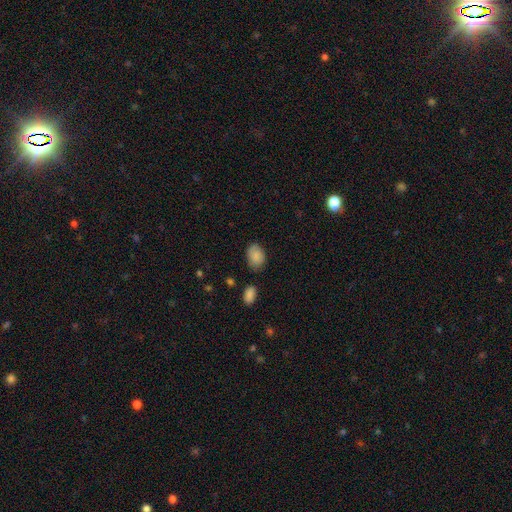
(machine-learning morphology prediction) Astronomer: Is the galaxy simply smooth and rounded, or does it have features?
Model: smooth — 86%.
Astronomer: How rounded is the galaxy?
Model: in between — 83%.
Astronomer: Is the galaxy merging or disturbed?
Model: none — 75%.